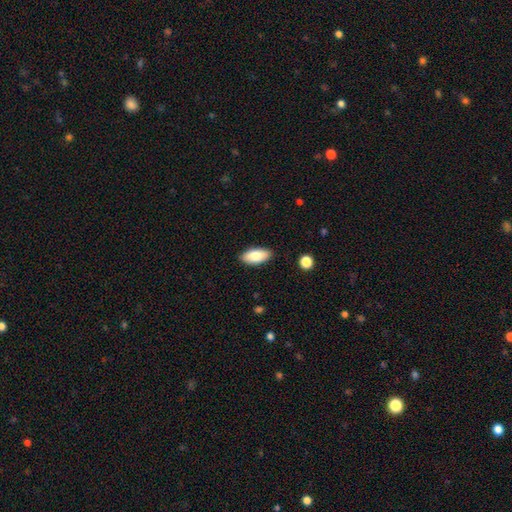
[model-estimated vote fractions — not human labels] This is clearly a smooth galaxy (83%). How rounded: clearly in between (90%). Merging: clearly none (87%).